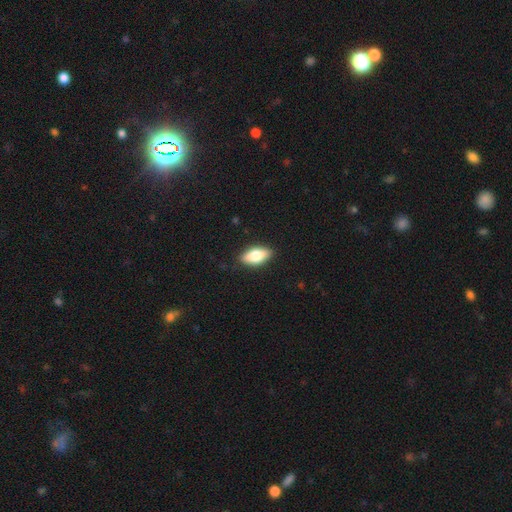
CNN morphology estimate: This appears to be a smooth galaxy with no disk features (75%) that is in between round and cigar-shaped (87%). Merging: none (87%).